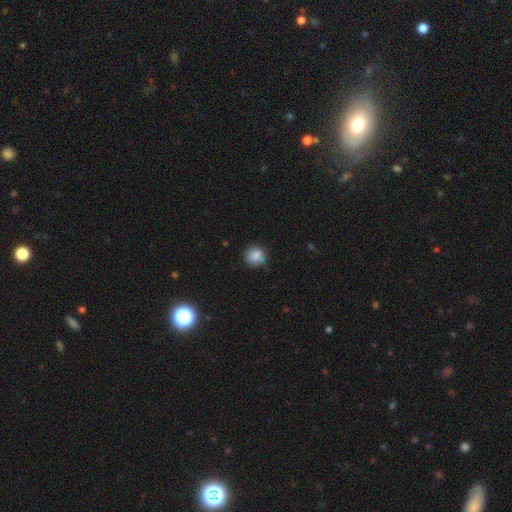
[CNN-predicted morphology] type=smooth (84%); roundness=round (84%); merging=none (74%).